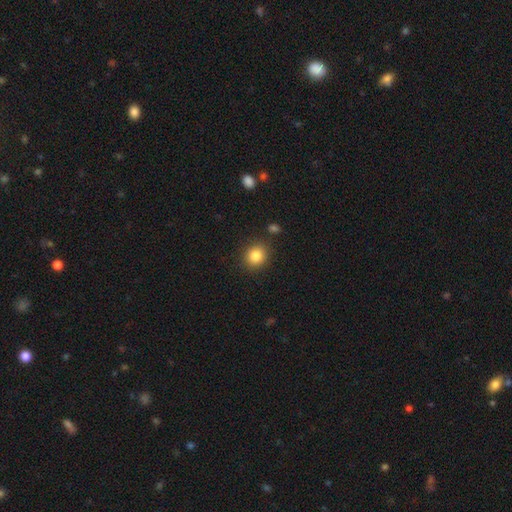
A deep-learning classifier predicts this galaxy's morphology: Smooth or featured? Predicted: smooth (p=0.85). How rounded? Predicted: round (p=0.81). Merging? Predicted: none (p=0.87).